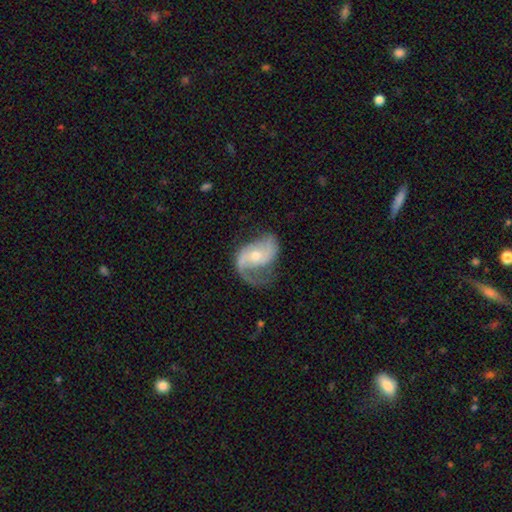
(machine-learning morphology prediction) type=featured or disk (85%); edge-on=no (97%); bar=no (54%); spiral arms=yes (95%); winding=loose (50%); arm count=2 (80%); bulge=moderate (54%); merging=none (55%).